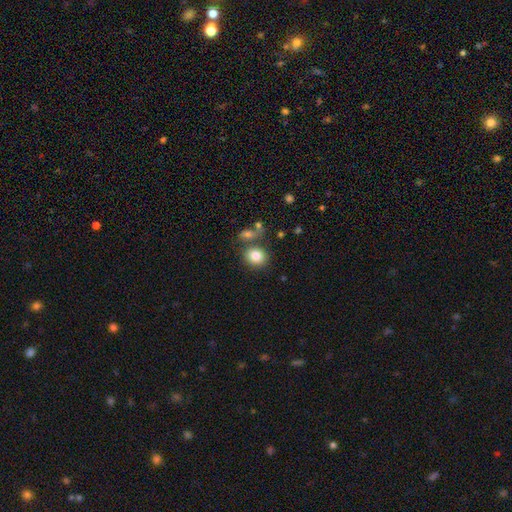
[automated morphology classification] smooth-or-featured: smooth: 82% | star or artifact: 10% | featured or disk: 8%
  how-rounded: round: 69% | in between: 30% | cigar-shaped: 1%
  merging: none: 72% | merger: 13% | minor disturbance: 11% | major disturbance: 4%